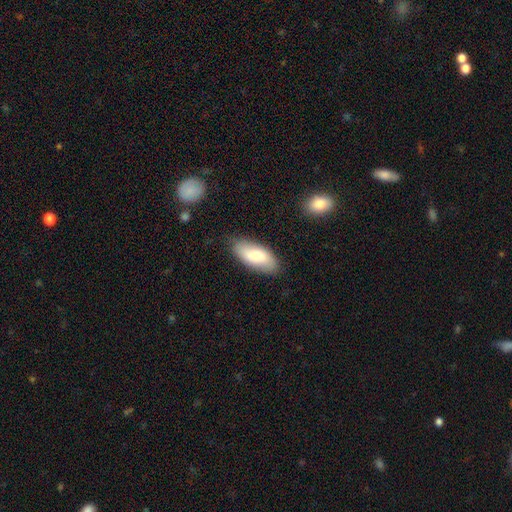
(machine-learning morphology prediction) type=smooth (72%); roundness=in between (88%); merging=none (82%).